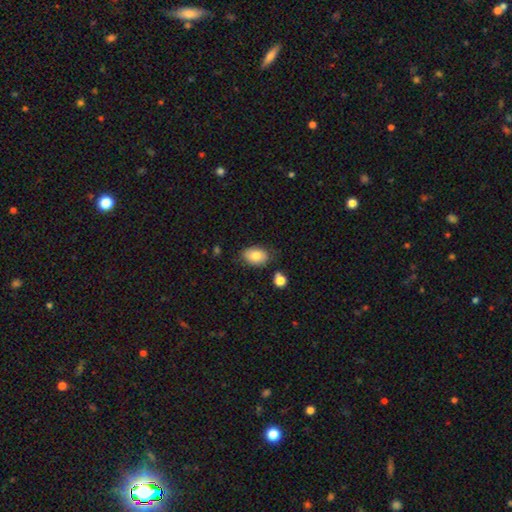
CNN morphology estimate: The model was most divided on "merging": none: 78%, minor disturbance: 15%, merger: 3%, major disturbance: 3%. More confident: how rounded — in between (82%); smooth or featured — smooth (82%).